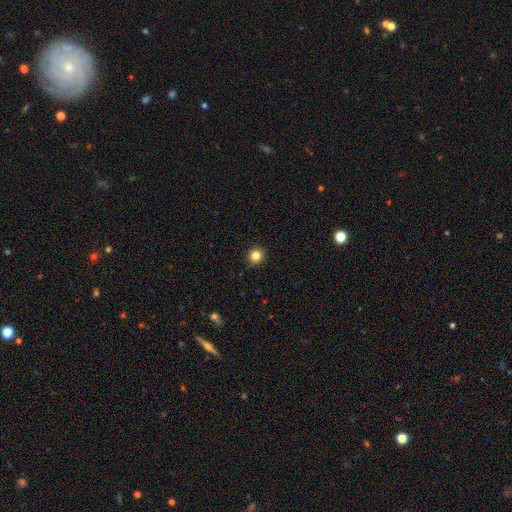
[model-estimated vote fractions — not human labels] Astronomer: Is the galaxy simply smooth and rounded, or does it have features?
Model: smooth — 83%.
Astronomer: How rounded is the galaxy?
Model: round — 92%.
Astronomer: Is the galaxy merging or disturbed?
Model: none — 92%.